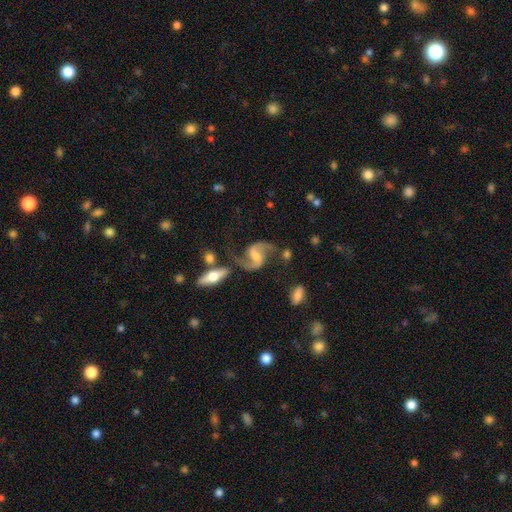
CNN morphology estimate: A featured or disk galaxy (91%) with a weak bar (49%), 2 (94%) loose (51%) spiral arms (98%) and a moderate central bulge (38%). Merging: none (65%).